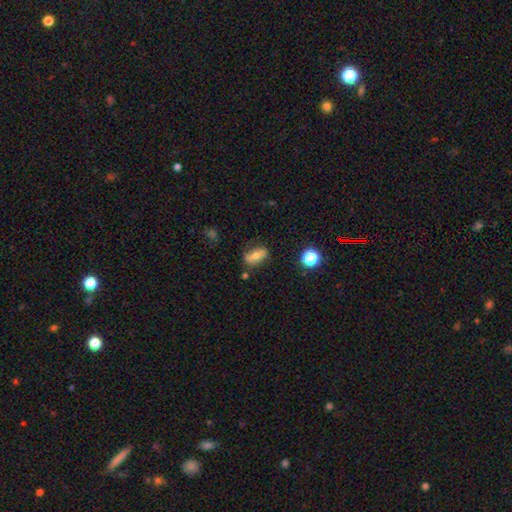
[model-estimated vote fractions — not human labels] Overall: smooth (54%; featured or disk 35%). How rounded: in between (74%). Merging: none (71%).